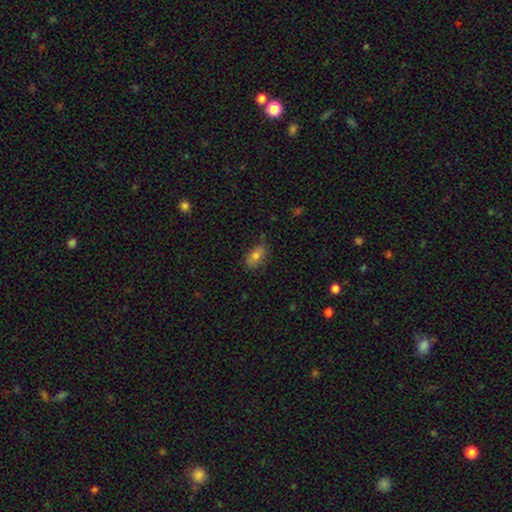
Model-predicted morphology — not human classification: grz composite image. It shows a smooth galaxy with no disk features (76%) that is in between round and cigar-shaped (85%). Merging: none (75%).